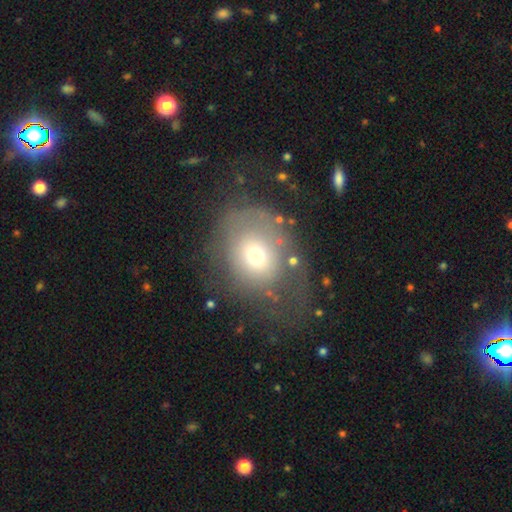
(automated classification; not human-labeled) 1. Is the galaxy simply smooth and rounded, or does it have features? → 56% smooth, 32% featured or disk, 12% star or artifact.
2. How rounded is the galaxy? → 57% round, 42% in between, 1% cigar-shaped.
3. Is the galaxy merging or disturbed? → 44% none, 30% major disturbance, 23% minor disturbance, 3% merger.